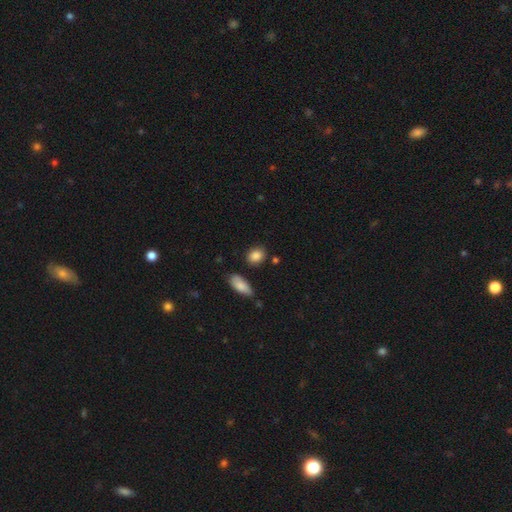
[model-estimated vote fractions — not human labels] This appears to be a smooth galaxy with no disk features (87%) that is in between round and cigar-shaped (50%). Merging: none (80%).